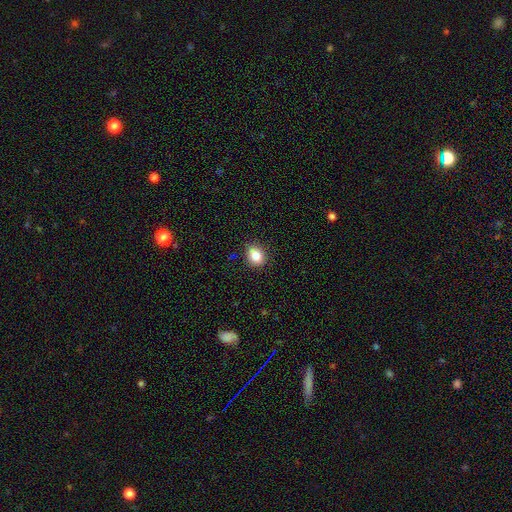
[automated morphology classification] smooth_or_featured: smooth (p=0.83) [alt: star or artifact p=0.10]
how_rounded: in between (p=0.50) [alt: round p=0.49]
merging: none (p=0.84) [alt: minor disturbance p=0.12]